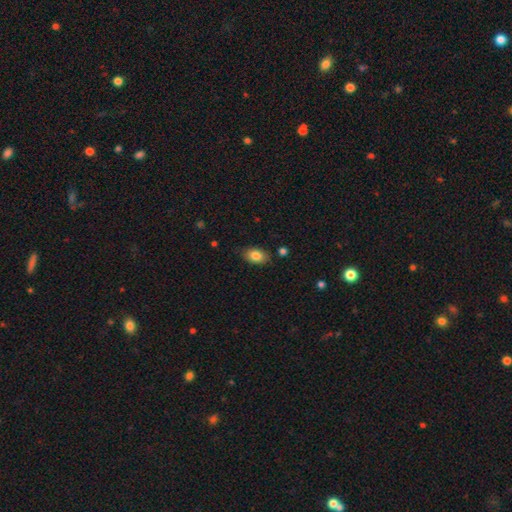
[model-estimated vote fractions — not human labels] smooth-or-featured: smooth: 83% | featured or disk: 9% | star or artifact: 8%
  how-rounded: in between: 86% | round: 12% | cigar-shaped: 2%
  merging: none: 81% | minor disturbance: 14% | major disturbance: 3% | merger: 2%